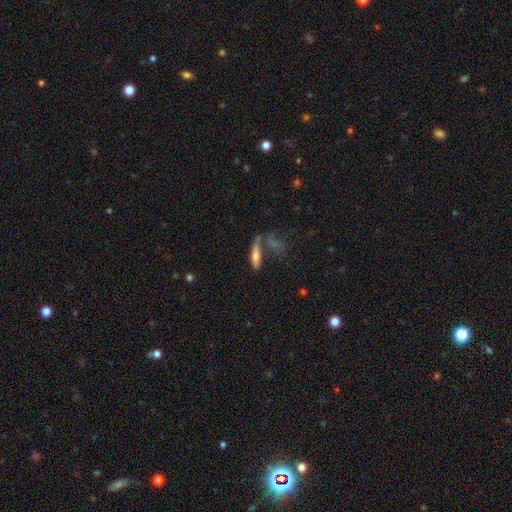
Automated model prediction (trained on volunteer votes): The model was most divided on "merging": none: 54%, merger: 25%, minor disturbance: 14%, major disturbance: 7%. More confident: how rounded — cigar-shaped (71%); smooth or featured — smooth (64%).